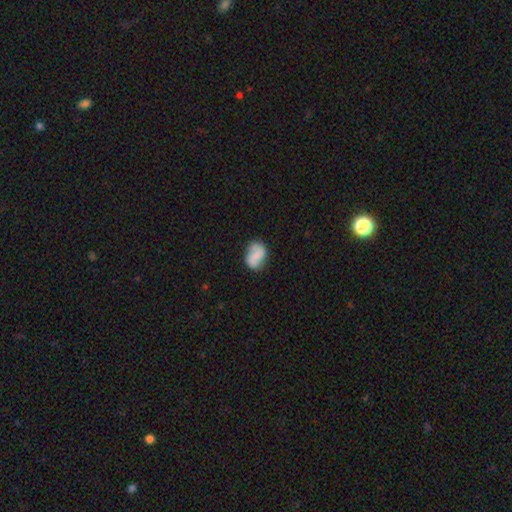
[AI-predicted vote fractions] Morphology: type=smooth (60%); roundness=in between (74%); merging=none (68%).